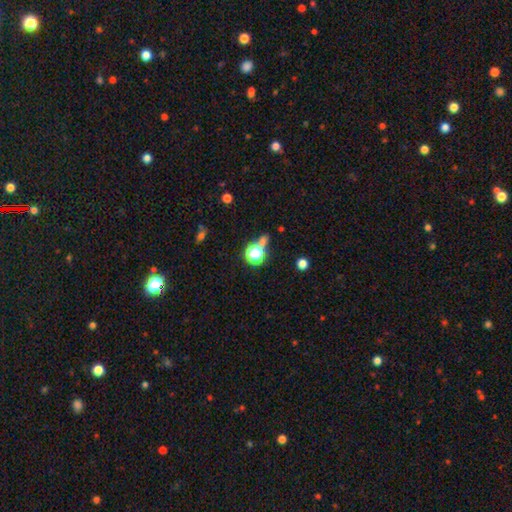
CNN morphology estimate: A star or artifact, not a galaxy (54%).

Vote fractions:
- Smooth or featured? star or artifact: 54% / smooth: 37% / featured or disk: 9%